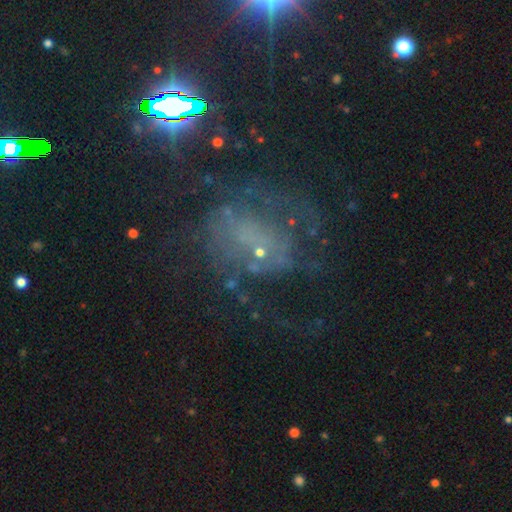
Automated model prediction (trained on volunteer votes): Overall: featured or disk (52%; star or artifact 31%). Edge-on disk: no (95%). Merging: none (55%; major disturbance 26%).